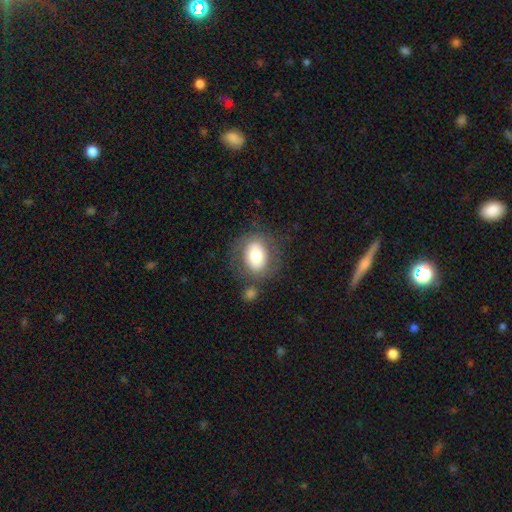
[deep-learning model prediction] The model was most divided on "how rounded": in between: 55%, round: 44%, cigar-shaped: 1%. More confident: merging — none (70%); smooth or featured — smooth (69%).